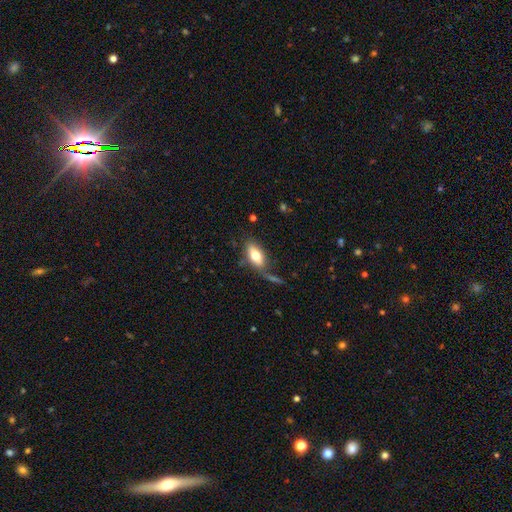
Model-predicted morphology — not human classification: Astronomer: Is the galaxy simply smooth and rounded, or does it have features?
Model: smooth — 69%.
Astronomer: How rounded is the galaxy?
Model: in between — 85%.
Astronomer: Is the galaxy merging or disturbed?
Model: none — 59%.